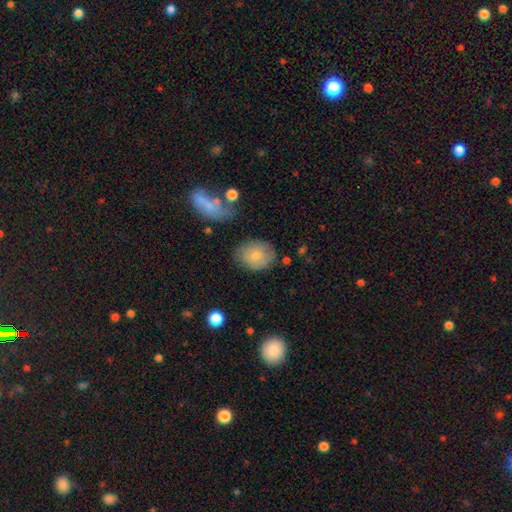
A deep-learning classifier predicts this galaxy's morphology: Smooth or featured? smooth (79%)
How rounded? in between (52%)
Merging? none (74%)